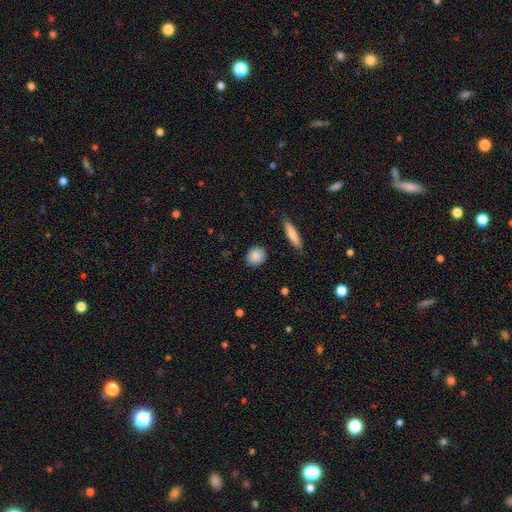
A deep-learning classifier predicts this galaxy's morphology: type=smooth (87%); roundness=round (73%); merging=none (89%).